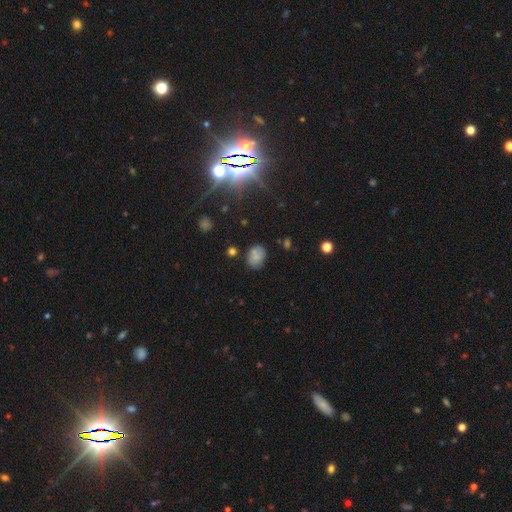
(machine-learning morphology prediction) Smooth or featured? Predicted: smooth (p=0.75). How rounded? Predicted: in between (p=0.61). Merging? Predicted: none (p=0.69).